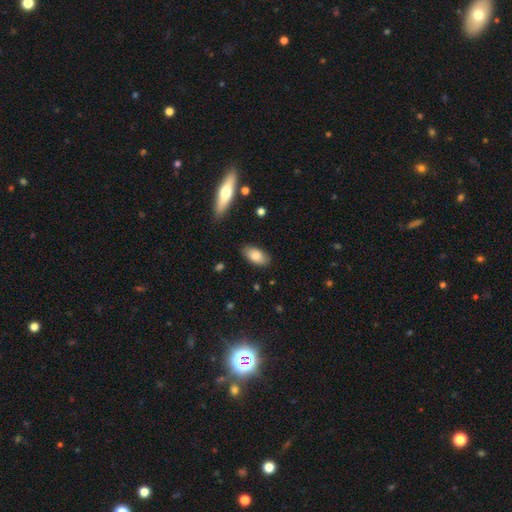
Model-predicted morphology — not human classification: smooth 81%, featured or disk 12%, star or artifact 7%. Down the decision tree: how rounded — in between (91%); merging — none (85%).